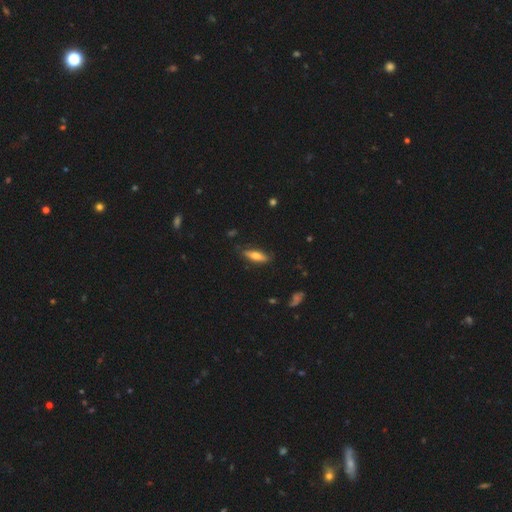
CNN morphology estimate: smooth_or_featured: smooth (p=0.61) [alt: featured or disk p=0.32]
how_rounded: cigar-shaped (p=0.56) [alt: in between p=0.42]
merging: none (p=0.81) [alt: minor disturbance p=0.15]